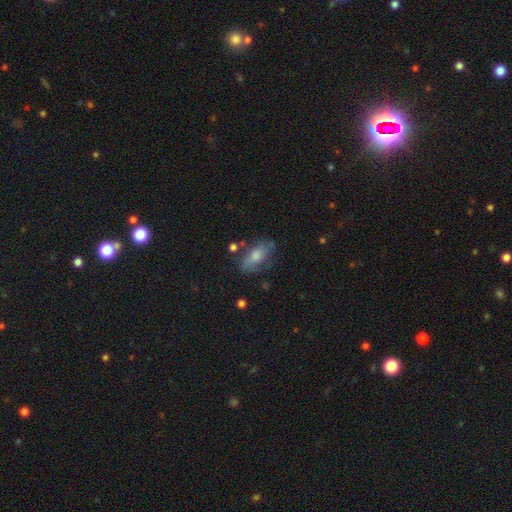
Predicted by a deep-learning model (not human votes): Overall: smooth (47%; featured or disk 42%). Merging: none (65%).